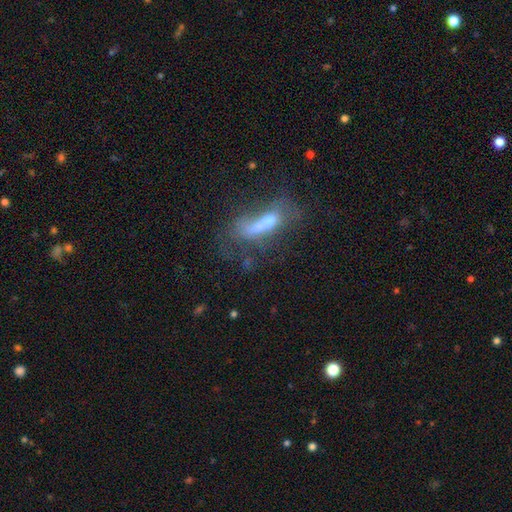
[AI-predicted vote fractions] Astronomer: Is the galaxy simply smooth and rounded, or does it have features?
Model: featured or disk — 47% (runner-up: smooth, 35%).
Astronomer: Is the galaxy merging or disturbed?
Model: none — 53%.